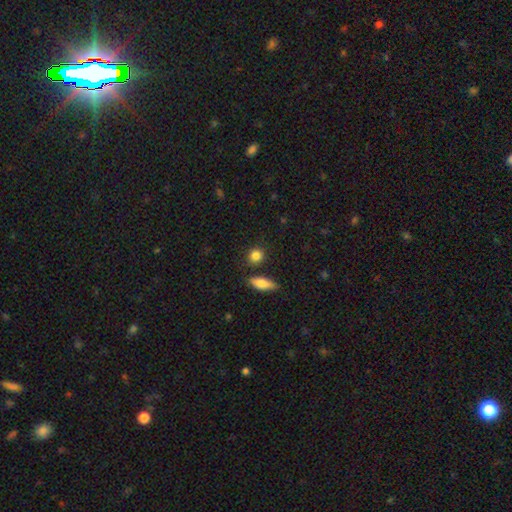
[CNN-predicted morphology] smooth 86%, star or artifact 9%, featured or disk 6%. Down the decision tree: how rounded — round (70%); merging — none (80%).